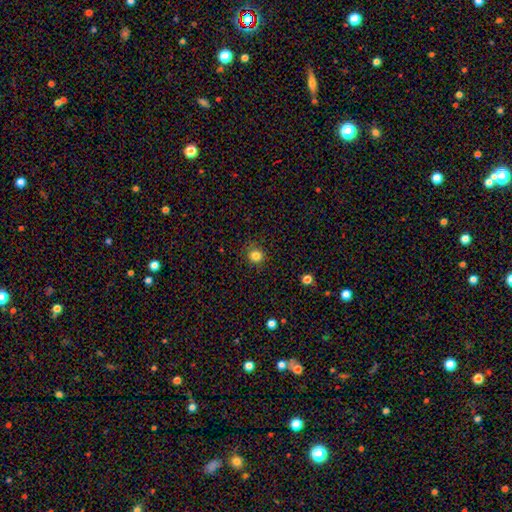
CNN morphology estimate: Smooth or featured?
  - smooth: 83% *
  - star or artifact: 12%
  - featured or disk: 5%
How rounded?
  - round: 85% *
  - in between: 14%
  - cigar-shaped: 1%
Merging?
  - none: 85% *
  - minor disturbance: 11%
  - major disturbance: 3%
  - merger: 1%